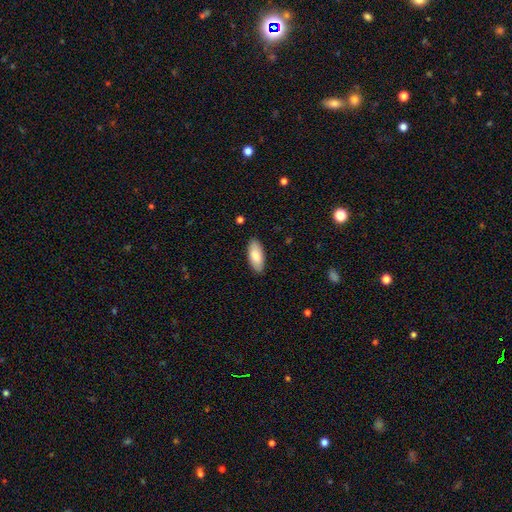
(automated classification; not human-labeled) Overall: smooth (85%). How rounded: in between (88%). Merging: none (88%).